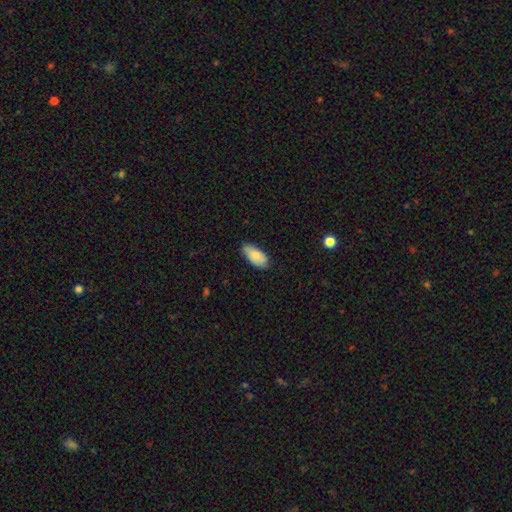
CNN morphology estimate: This is likely a smooth galaxy (76%). How rounded: clearly in between (92%). Merging: likely none (75%).